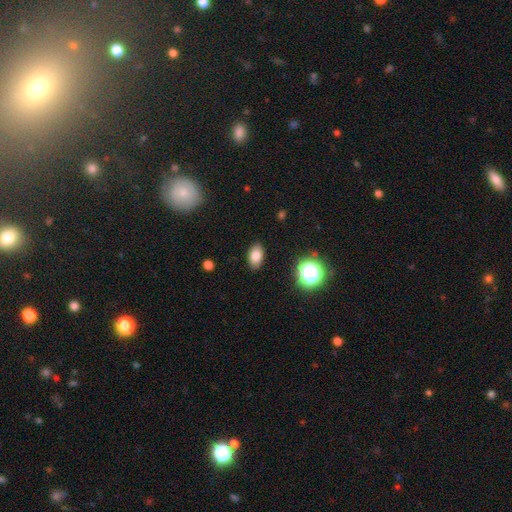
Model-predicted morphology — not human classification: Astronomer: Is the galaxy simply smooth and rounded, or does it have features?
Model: smooth — 81%.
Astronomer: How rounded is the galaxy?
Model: in between — 88%.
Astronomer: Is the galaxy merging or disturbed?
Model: none — 88%.